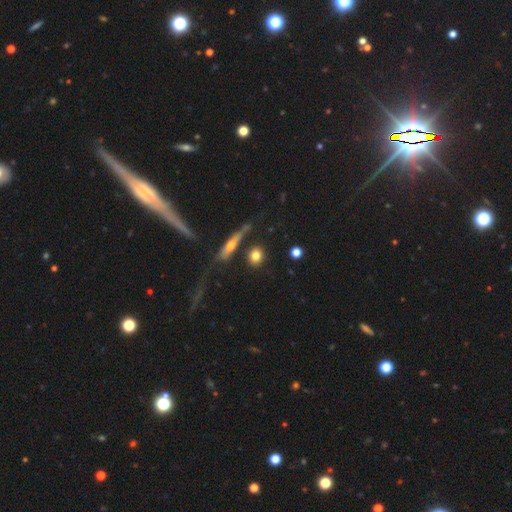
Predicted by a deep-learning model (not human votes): Q: Smooth or featured?
A: smooth (79%); runner-up: featured or disk (11%)
Q: How rounded?
A: round (71%); runner-up: in between (23%)
Q: Merging?
A: none (77%); runner-up: minor disturbance (10%)